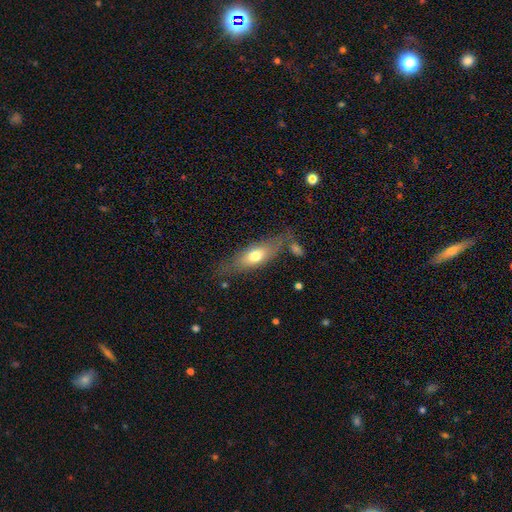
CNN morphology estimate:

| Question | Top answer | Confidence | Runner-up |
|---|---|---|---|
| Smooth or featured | smooth | 63% | featured or disk (31%) |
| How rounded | in between | 59% | cigar-shaped (38%) |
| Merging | none | 68% | minor disturbance (19%) |